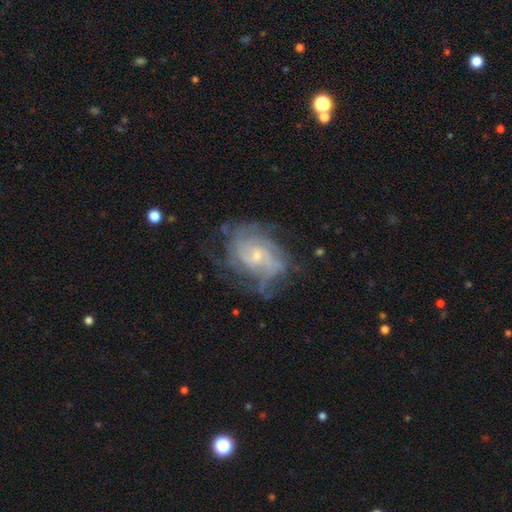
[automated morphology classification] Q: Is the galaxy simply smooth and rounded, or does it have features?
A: featured or disk — 83%.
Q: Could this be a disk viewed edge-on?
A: no — 97%.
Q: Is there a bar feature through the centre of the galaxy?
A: no — 60%.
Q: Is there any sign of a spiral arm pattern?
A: yes — 92%.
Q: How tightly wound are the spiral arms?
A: tight — 55%.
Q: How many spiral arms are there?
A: can't tell — 41%.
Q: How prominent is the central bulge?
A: small — 71%.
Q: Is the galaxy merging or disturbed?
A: none — 62%.